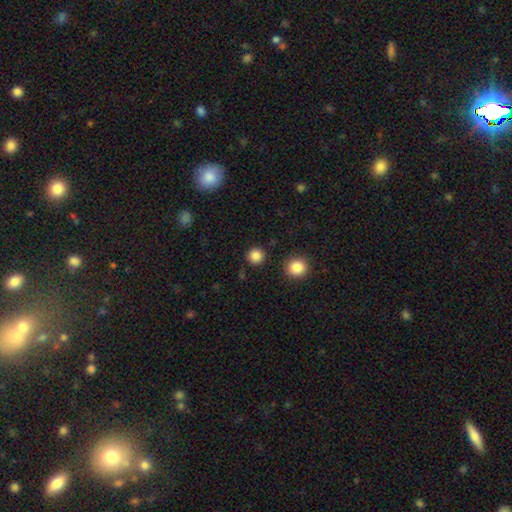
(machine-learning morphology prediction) This appears to be a smooth galaxy with no disk features (85%) that is round (95%). Merging: none (90%).